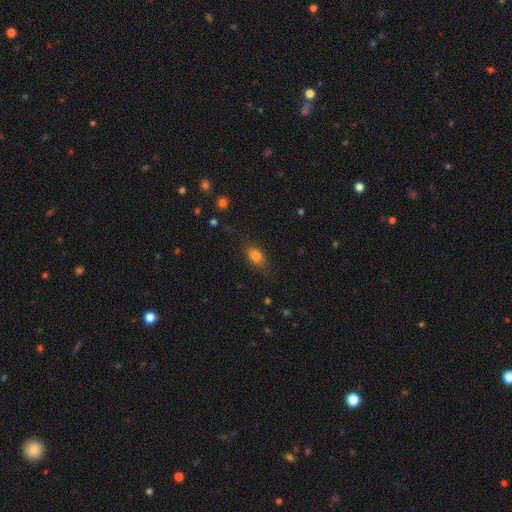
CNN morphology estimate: Q: Smooth or featured?
A: smooth (76%); runner-up: featured or disk (13%)
Q: How rounded?
A: in between (74%); runner-up: round (17%)
Q: Merging?
A: none (75%); runner-up: minor disturbance (18%)